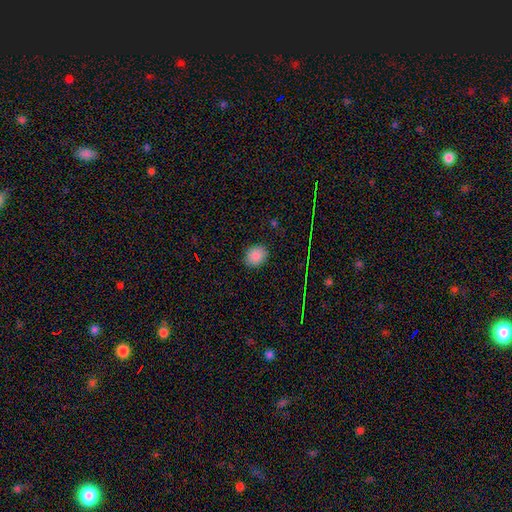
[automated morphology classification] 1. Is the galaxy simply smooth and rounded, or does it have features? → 85% smooth, 11% star or artifact, 4% featured or disk.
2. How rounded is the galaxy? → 50% round, 49% in between, 1% cigar-shaped.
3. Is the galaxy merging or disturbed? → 87% none, 10% minor disturbance, 2% major disturbance, 1% merger.